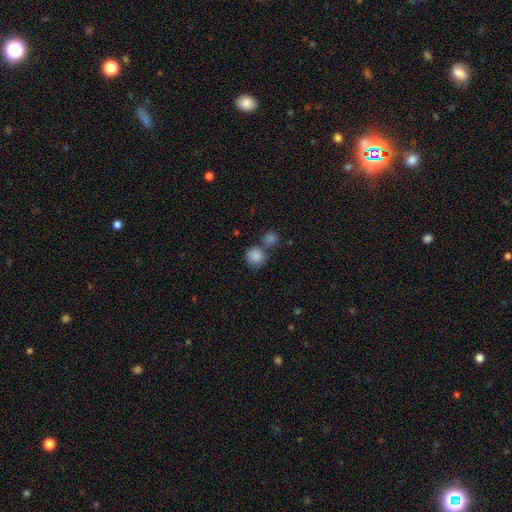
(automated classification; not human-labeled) Morphology: type=smooth (86%); roundness=round (90%); merging=none (55%).